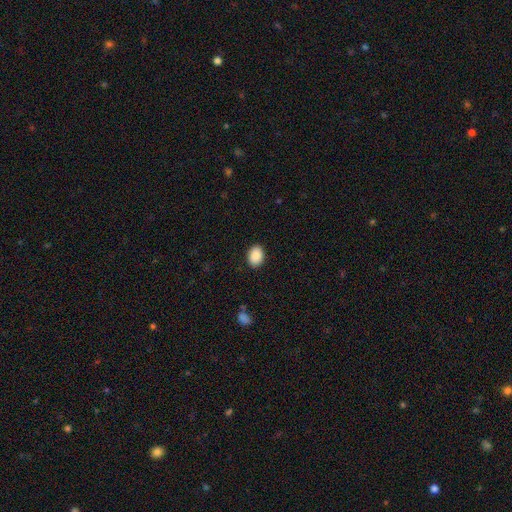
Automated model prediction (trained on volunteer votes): This appears to be a smooth galaxy with no disk features (90%) that is in between round and cigar-shaped (76%). Merging: none (89%).